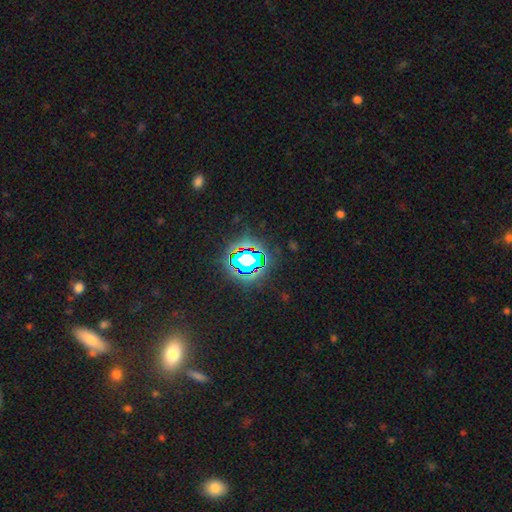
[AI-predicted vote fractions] Smooth or featured? star or artifact (78%)